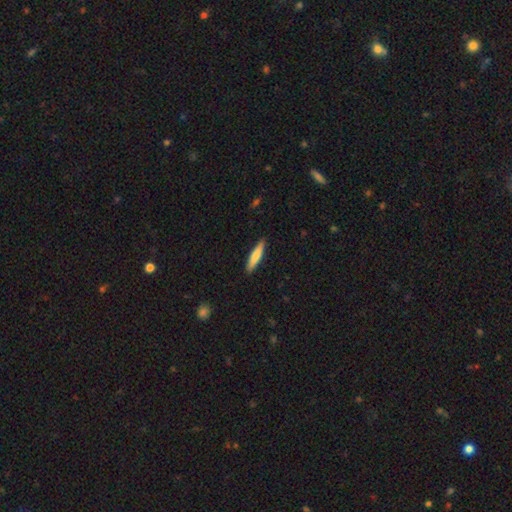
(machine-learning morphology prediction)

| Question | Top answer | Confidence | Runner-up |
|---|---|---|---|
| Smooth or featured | smooth | 74% | featured or disk (21%) |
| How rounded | cigar-shaped | 87% | in between (12%) |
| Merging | none | 90% | minor disturbance (8%) |